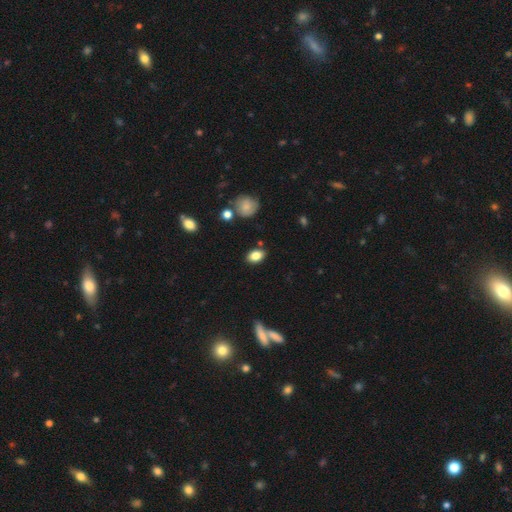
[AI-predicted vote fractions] Smooth or featured: smooth — 84% (star or artifact — 9%)
How rounded: in between — 83% (round — 15%)
Merging: none — 85% (minor disturbance — 11%)